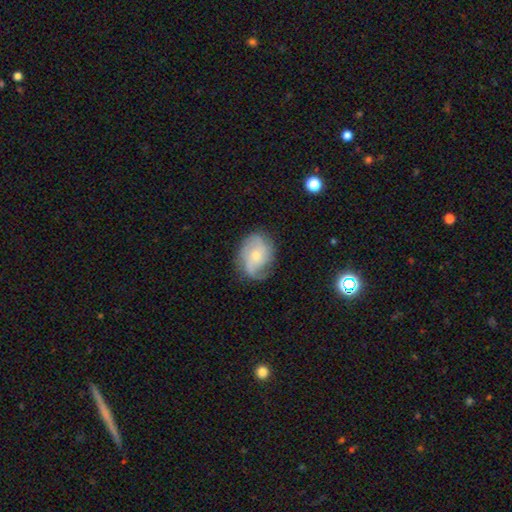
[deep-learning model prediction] Smooth or featured?
  - featured or disk: 71% *
  - smooth: 22%
  - star or artifact: 7%
Edge-on disk?
  - no: 97% *
  - yes: 3%
Bar?
  - no: 69% *
  - weak: 27%
  - strong: 5%
Spiral arms?
  - yes: 92% *
  - no: 8%
Spiral winding?
  - medium: 44% *
  - loose: 29%
  - tight: 27%
Spiral arm count?
  - 2: 47% *
  - 3: 20%
  - can't tell: 17%
  - 1: 8%
  - 4: 4%
  - more than 4: 3%
Bulge size?
  - small: 53% *
  - moderate: 41%
  - large: 2%
  - none: 2%
  - dominant: 1%
Merging?
  - none: 66% *
  - minor disturbance: 23%
  - major disturbance: 10%
  - merger: 1%